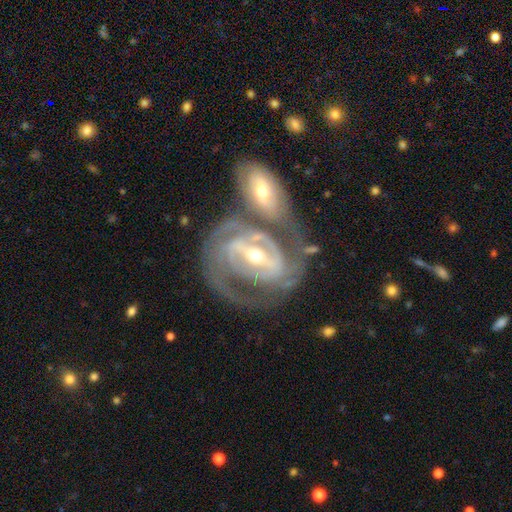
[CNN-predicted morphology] Smooth or featured: featured or disk — 90% (smooth — 5%)
Edge-on disk: no — 96% (yes — 4%)
Bar: strong — 61% (weak — 29%)
Spiral arms: yes — 95% (no — 5%)
Spiral winding: tight — 57% (medium — 36%)
Spiral arm count: 2 — 50% (3 — 23%)
Bulge size: small — 51% (moderate — 46%)
Merging: merger — 47% (none — 32%)